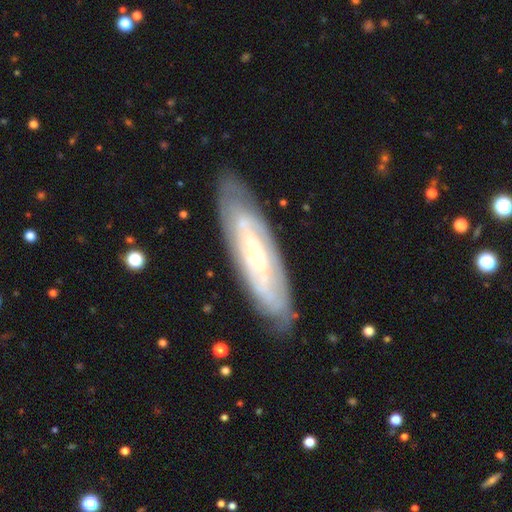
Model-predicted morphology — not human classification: Smooth or featured: featured or disk — 70% (smooth — 24%)
Edge-on disk: no — 74% (yes — 26%)
Bar: no — 67% (weak — 23%)
Spiral arms: yes — 74% (no — 26%)
Bulge size: small — 75% (moderate — 20%)
Merging: none — 81% (minor disturbance — 14%)